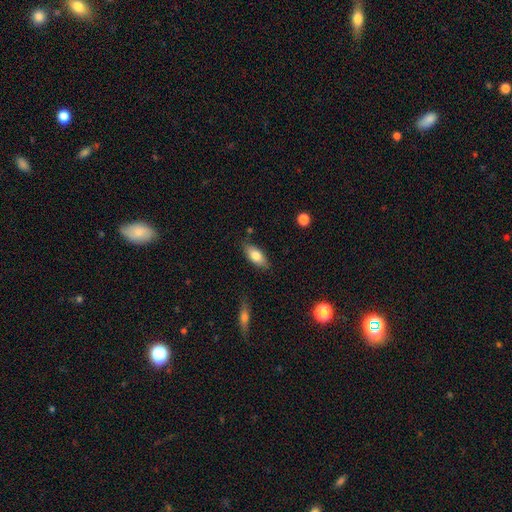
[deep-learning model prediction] smooth 78%, featured or disk 15%, star or artifact 7%. Down the decision tree: how rounded — in between (85%); merging — none (82%).